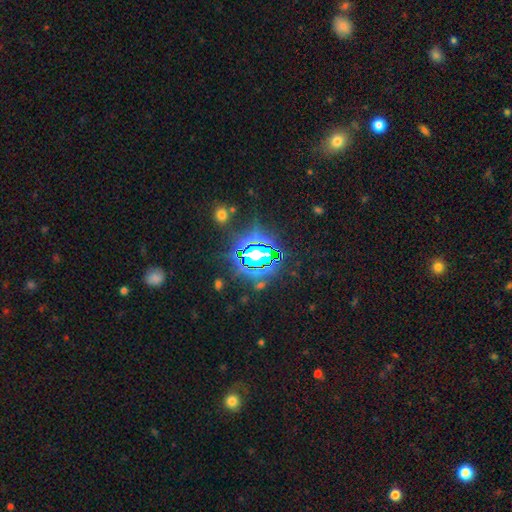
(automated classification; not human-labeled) Smooth or featured?
  - star or artifact: 75% *
  - smooth: 15%
  - featured or disk: 10%